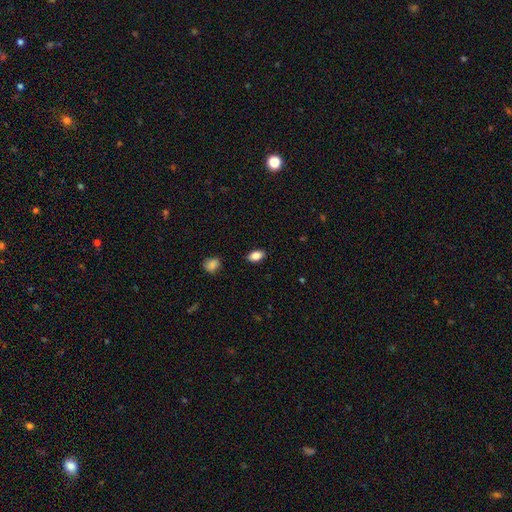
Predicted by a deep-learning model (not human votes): A smooth galaxy with no disk features (86%) that is in between round and cigar-shaped (90%).

Vote fractions:
- Smooth or featured? smooth: 86% / star or artifact: 8% / featured or disk: 6%
- How rounded? in between: 90% / round: 7% / cigar-shaped: 3%
- Merging? none: 87% / minor disturbance: 10% / major disturbance: 2% / merger: 1%